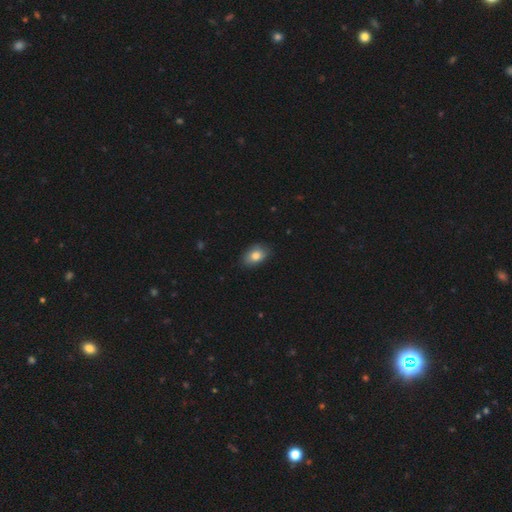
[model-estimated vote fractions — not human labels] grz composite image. It shows a smooth galaxy with no disk features (82%) that is in between round and cigar-shaped (83%). Merging: none (83%).